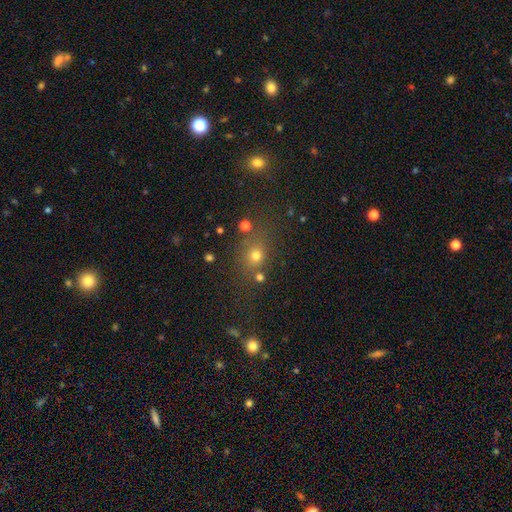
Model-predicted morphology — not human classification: This is likely a smooth galaxy (67%). How rounded: likely round (69%). Merging: likely none (70%).